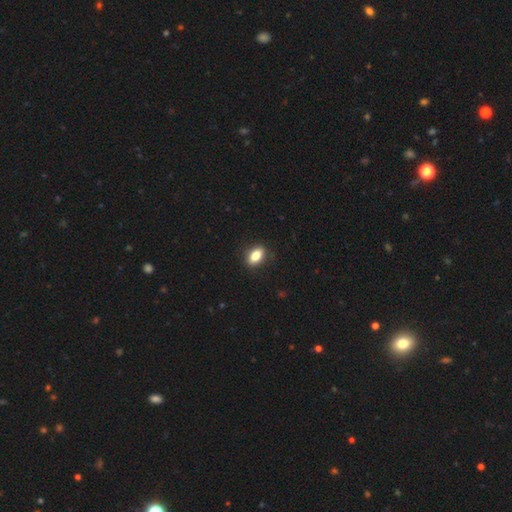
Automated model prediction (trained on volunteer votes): Smooth or featured?
  - smooth: 83% *
  - featured or disk: 9%
  - star or artifact: 8%
How rounded?
  - in between: 85% *
  - round: 10%
  - cigar-shaped: 4%
Merging?
  - none: 88% *
  - minor disturbance: 9%
  - major disturbance: 2%
  - merger: 1%